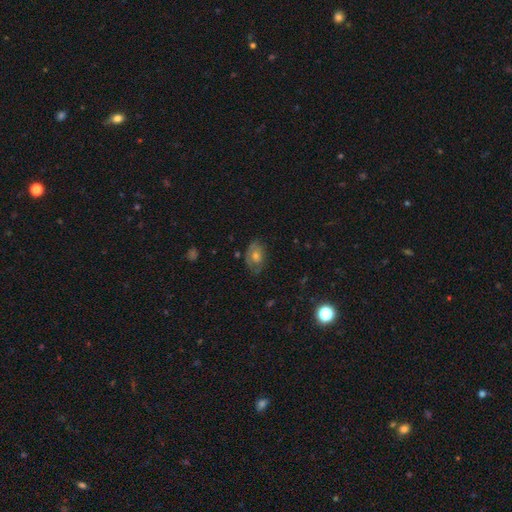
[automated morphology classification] A featured or disk galaxy (44%).

Vote fractions:
- Smooth or featured? featured or disk: 44% / smooth: 39% / star or artifact: 17%
- Merging? none: 72% / minor disturbance: 20% / major disturbance: 7% / merger: 2%